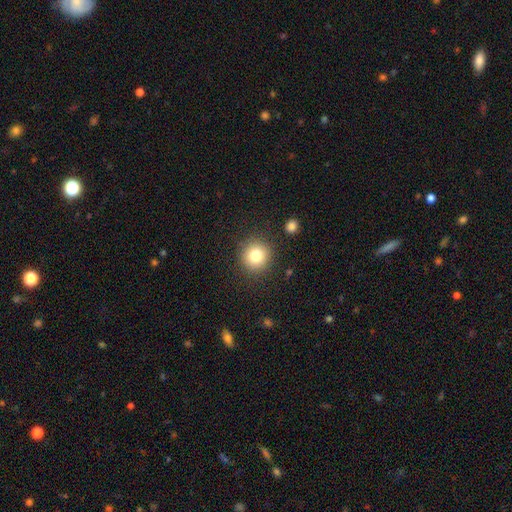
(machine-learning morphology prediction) This is likely a smooth galaxy (79%). How rounded: clearly round (93%). Merging: clearly none (88%).